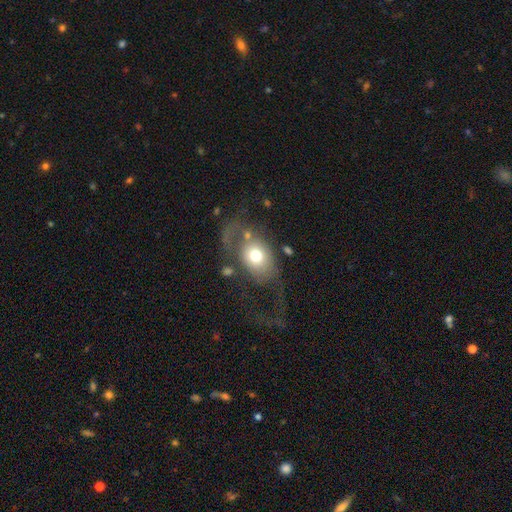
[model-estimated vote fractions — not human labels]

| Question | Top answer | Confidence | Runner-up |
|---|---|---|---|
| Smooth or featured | smooth | 60% | featured or disk (30%) |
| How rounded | in between | 60% | round (39%) |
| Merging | major disturbance | 48% | none (30%) |